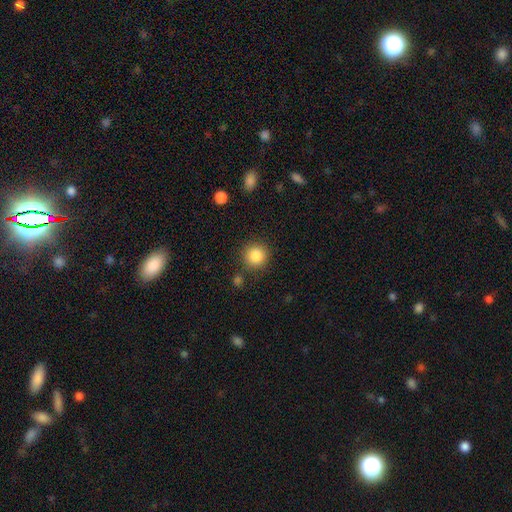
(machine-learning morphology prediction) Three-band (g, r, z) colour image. It shows a smooth galaxy with no disk features (86%) that is round (93%). Merging: none (86%).